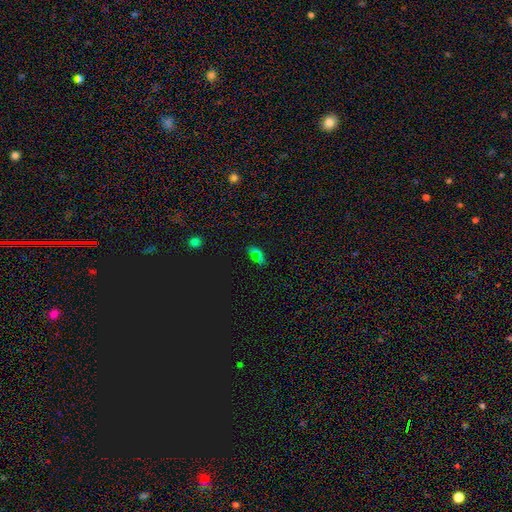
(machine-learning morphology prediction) Smooth or featured? Predicted: star or artifact (p=0.48).